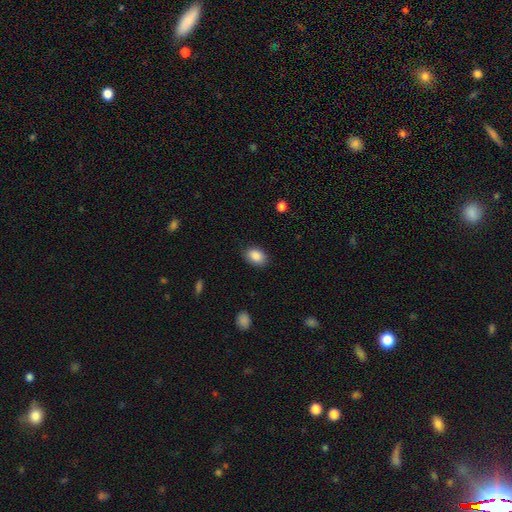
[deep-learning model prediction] The model was most divided on "how rounded": in between: 81%, round: 18%, cigar-shaped: 1%. More confident: smooth or featured — smooth (88%); merging — none (85%).